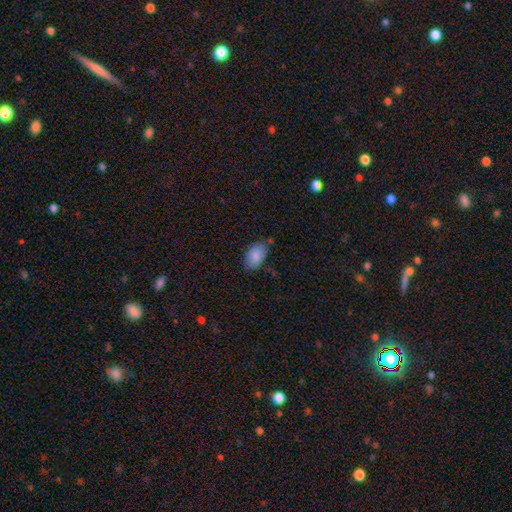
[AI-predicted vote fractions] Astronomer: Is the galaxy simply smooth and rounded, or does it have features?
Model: smooth — 86%.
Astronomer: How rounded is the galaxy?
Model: in between — 93%.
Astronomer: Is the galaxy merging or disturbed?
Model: none — 75%.